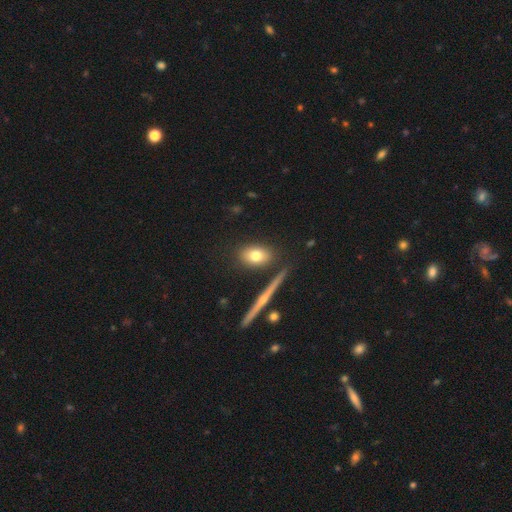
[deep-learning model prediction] Smooth or featured?
  - smooth: 73% *
  - featured or disk: 18%
  - star or artifact: 9%
How rounded?
  - in between: 73% *
  - round: 21%
  - cigar-shaped: 6%
Merging?
  - none: 82% *
  - minor disturbance: 10%
  - merger: 5%
  - major disturbance: 3%